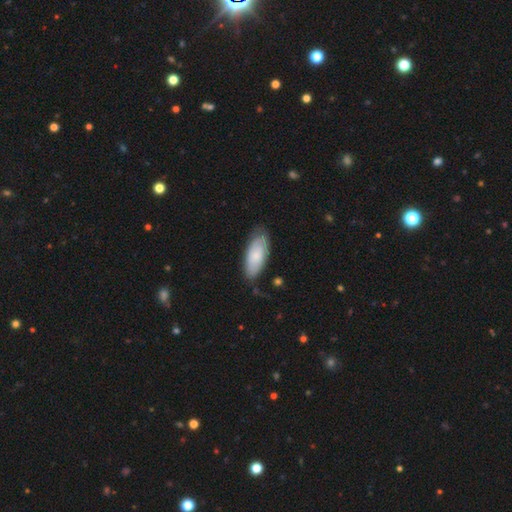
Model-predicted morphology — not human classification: smooth 72%, featured or disk 22%, star or artifact 6%. Down the decision tree: how rounded — in between (84%); merging — none (73%).